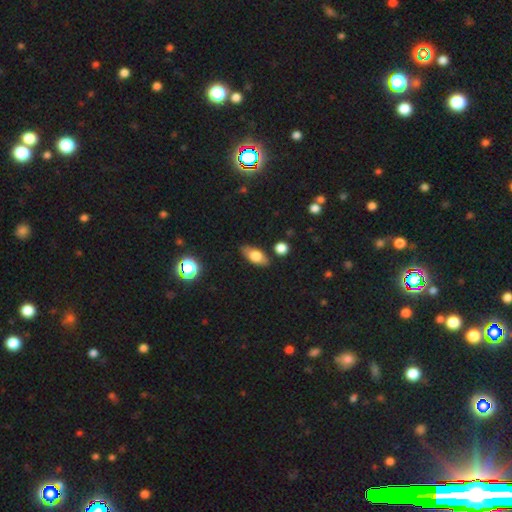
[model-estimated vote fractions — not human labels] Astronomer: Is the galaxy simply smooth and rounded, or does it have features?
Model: smooth — 68%.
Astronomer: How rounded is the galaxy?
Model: in between — 82%.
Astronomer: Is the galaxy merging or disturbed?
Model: none — 83%.